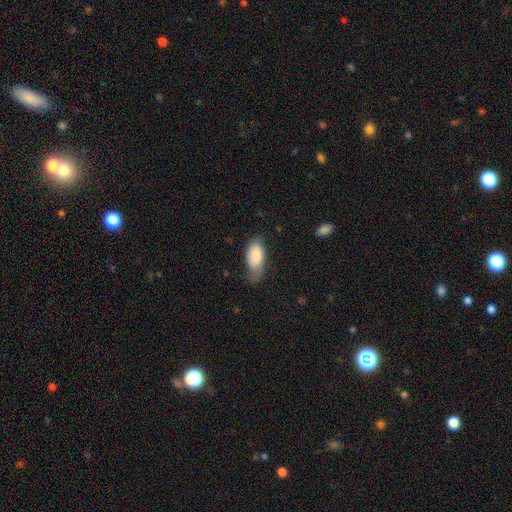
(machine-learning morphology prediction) Smooth or featured? smooth (76%)
How rounded? in between (92%)
Merging? none (46%)